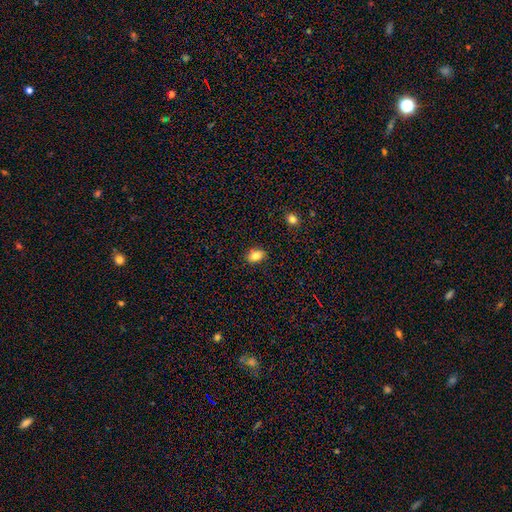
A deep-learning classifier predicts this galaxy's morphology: Smooth or featured? Predicted: smooth (p=0.82). How rounded? Predicted: in between (p=0.70). Merging? Predicted: none (p=0.86).